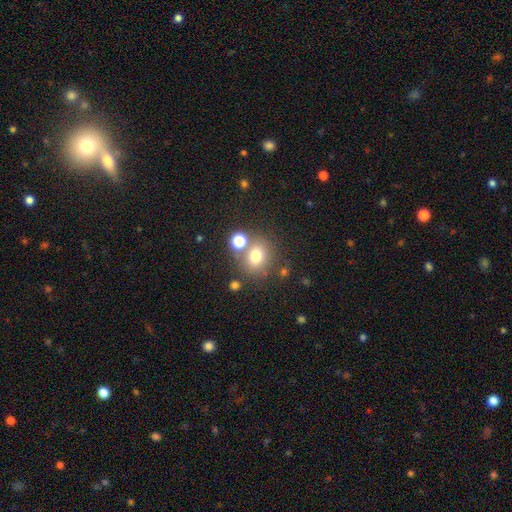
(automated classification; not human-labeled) smooth_or_featured: smooth (p=0.73) [alt: star or artifact p=0.16]
how_rounded: round (p=0.74) [alt: in between p=0.25]
merging: none (p=0.66) [alt: merger p=0.19]